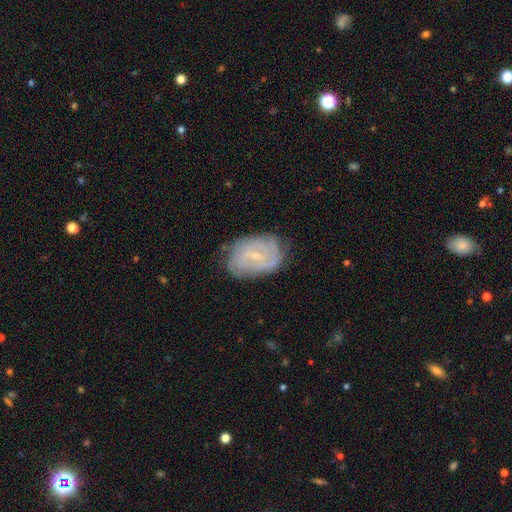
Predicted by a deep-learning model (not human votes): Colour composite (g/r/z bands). It shows a featured or disk galaxy (75%) with a weak bar (50%), tight (63%) spiral arms (89%) and a small central bulge (76%). Merging: none (73%).